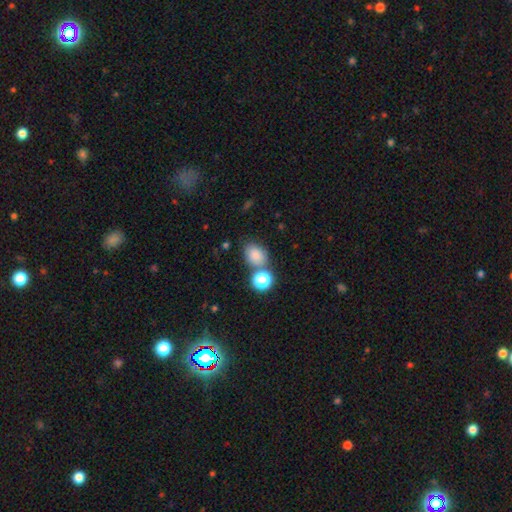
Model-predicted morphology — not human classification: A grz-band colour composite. It shows a smooth galaxy with no disk features (80%) that is in between round and cigar-shaped (64%). Merging: none (63%).